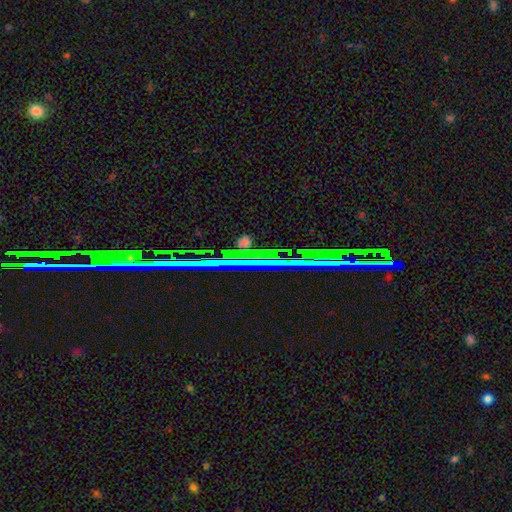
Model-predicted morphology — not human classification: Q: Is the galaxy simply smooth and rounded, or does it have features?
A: star or artifact — 78%.